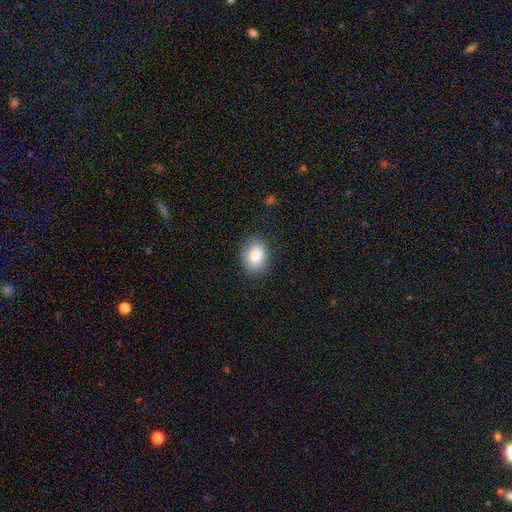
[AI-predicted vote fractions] smooth_or_featured: smooth (p=0.87) [alt: star or artifact p=0.07]
how_rounded: in between (p=0.72) [alt: round p=0.27]
merging: none (p=0.80) [alt: minor disturbance p=0.15]